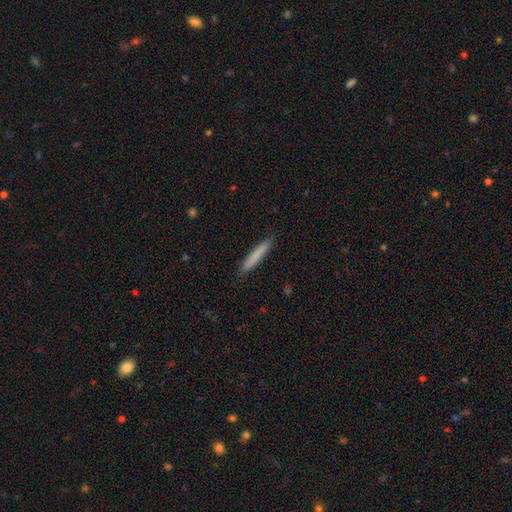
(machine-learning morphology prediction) This appears to be a smooth galaxy with no disk features (79%) that is cigar-shaped (95%). Merging: none (90%).